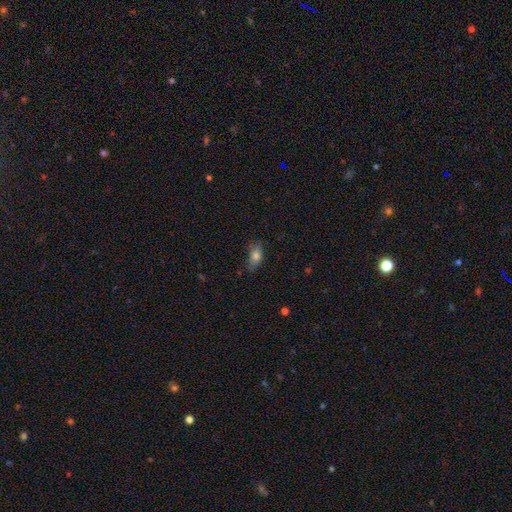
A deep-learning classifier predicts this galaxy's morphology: smooth_or_featured: smooth (p=0.78) [alt: featured or disk p=0.12]
how_rounded: in between (p=0.83) [alt: round p=0.09]
merging: none (p=0.62) [alt: minor disturbance p=0.28]